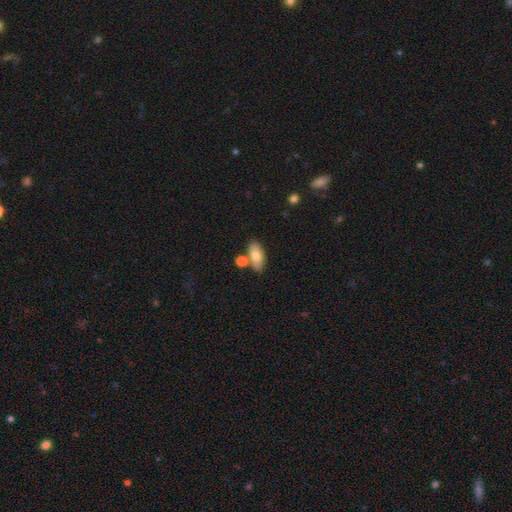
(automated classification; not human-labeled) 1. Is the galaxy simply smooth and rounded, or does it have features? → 79% smooth, 14% featured or disk, 7% star or artifact.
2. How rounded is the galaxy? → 84% in between, 12% cigar-shaped, 4% round.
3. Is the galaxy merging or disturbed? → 65% none, 18% merger, 13% minor disturbance, 4% major disturbance.